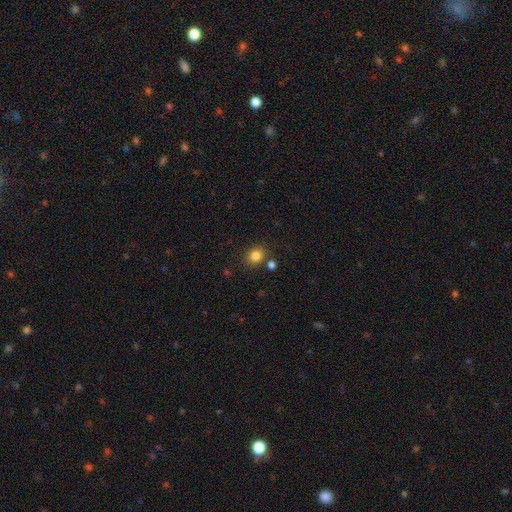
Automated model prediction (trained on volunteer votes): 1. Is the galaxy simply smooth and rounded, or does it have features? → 83% smooth, 12% star or artifact, 5% featured or disk.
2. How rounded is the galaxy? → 68% round, 31% in between, 1% cigar-shaped.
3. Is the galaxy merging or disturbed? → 80% none, 10% minor disturbance, 7% merger, 3% major disturbance.